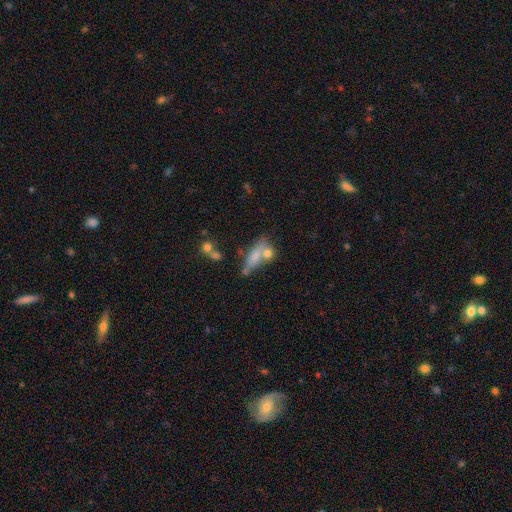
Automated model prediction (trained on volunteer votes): Overall: smooth (64%; featured or disk 26%). How rounded: in between (60%; cigar-shaped 32%). Merging: none (37%; merger 35%).